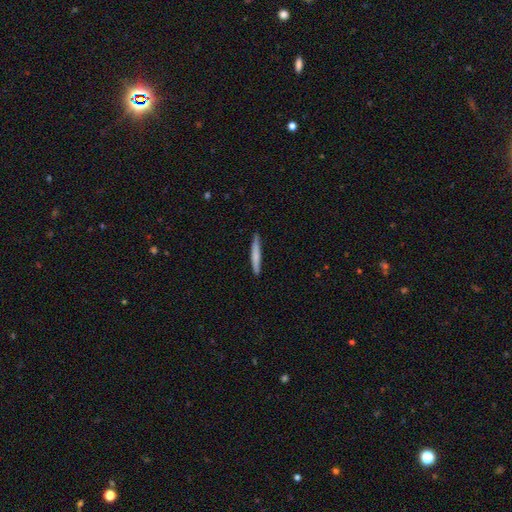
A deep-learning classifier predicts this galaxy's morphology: The model was most divided on "smooth or featured": smooth: 68%, featured or disk: 27%, star or artifact: 5%. More confident: how rounded — cigar-shaped (95%); merging — none (90%).